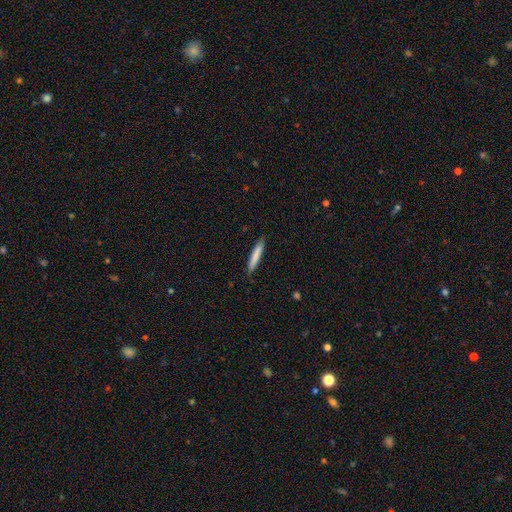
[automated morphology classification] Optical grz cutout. It shows a smooth galaxy with no disk features (81%) that is cigar-shaped (93%). Merging: none (88%).